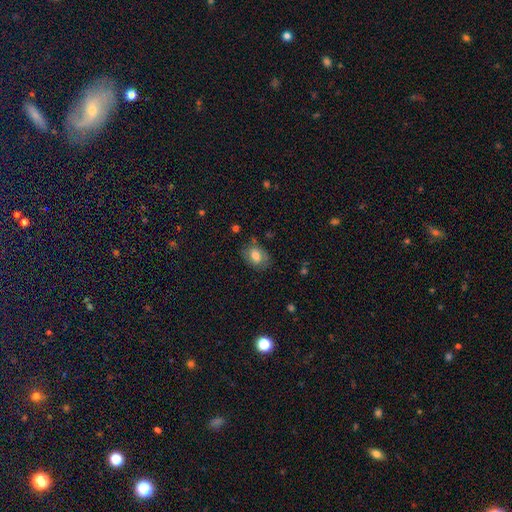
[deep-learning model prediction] Q: Smooth or featured?
A: smooth (69%); runner-up: featured or disk (22%)
Q: How rounded?
A: in between (75%); runner-up: round (23%)
Q: Merging?
A: none (69%); runner-up: minor disturbance (22%)